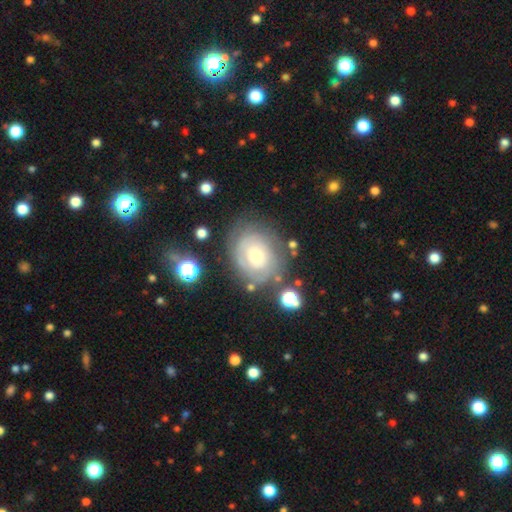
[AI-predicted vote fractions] Overall: featured or disk (59%; smooth 32%). Edge-on disk: no (96%). Bar: no (85%). Spiral arms: yes (64%; no 36%). Bulge size: moderate (48%; small 40%). Merging: none (68%).